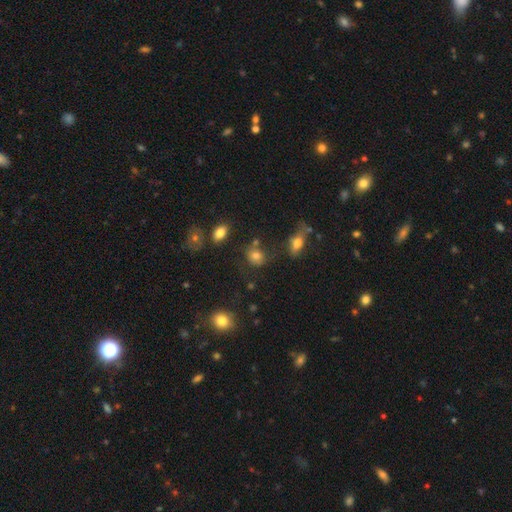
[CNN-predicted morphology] A smooth galaxy with no disk features (75%) that is round (63%). Merging: none (65%).